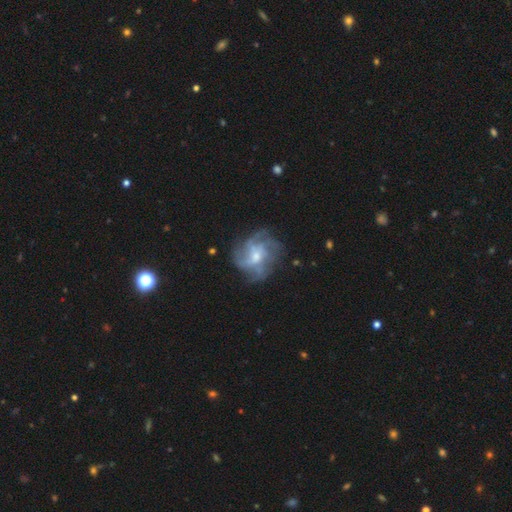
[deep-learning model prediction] This is likely a featured or disk galaxy (74%). It is clearly not viewed edge-on (97%). Bar: likely no (62%). Spiral arm pattern: clearly yes (82%). Spiral arm count: marginally can't tell (33%). Spiral winding: marginally medium (42%). Central bulge: possibly moderate (47%). Merging: likely none (64%).